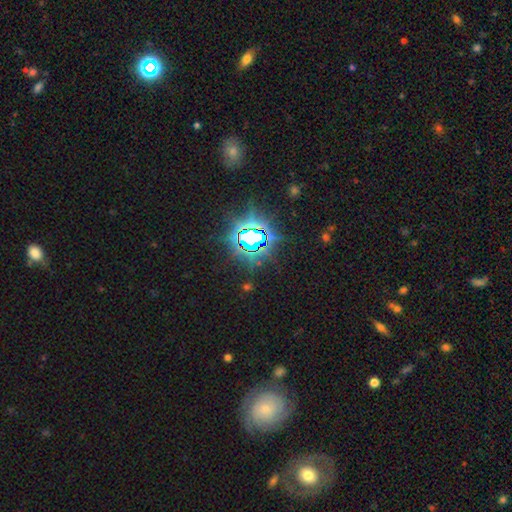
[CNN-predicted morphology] smooth-or-featured: star or artifact: 80% | smooth: 12% | featured or disk: 8%